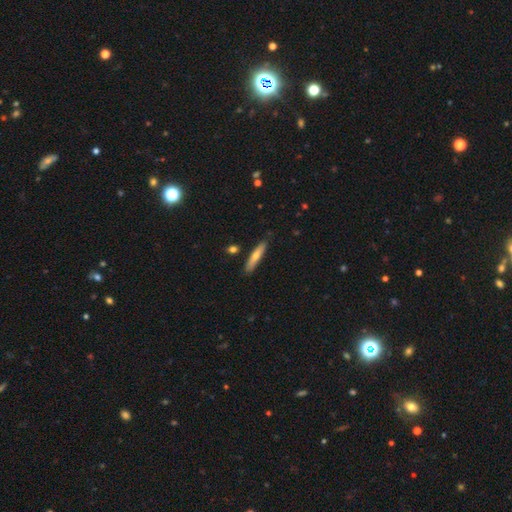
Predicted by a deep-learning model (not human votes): Morphology: type=smooth (60%); roundness=cigar-shaped (84%); merging=none (86%).